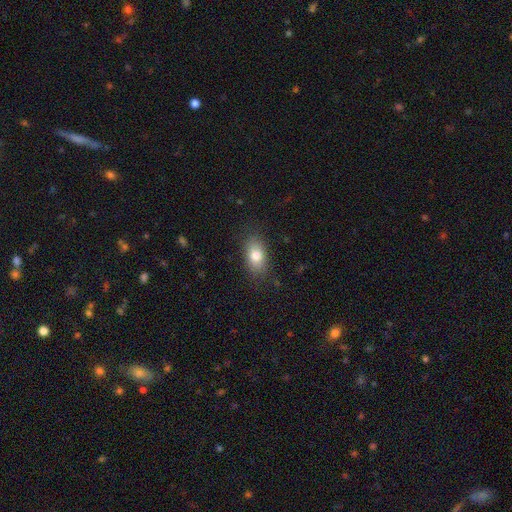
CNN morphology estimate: A smooth galaxy with no disk features (79%) that is in between round and cigar-shaped (88%).

Vote fractions:
- Smooth or featured? smooth: 79% / featured or disk: 12% / star or artifact: 8%
- How rounded? in between: 88% / round: 9% / cigar-shaped: 3%
- Merging? none: 83% / minor disturbance: 12% / major disturbance: 4% / merger: 1%